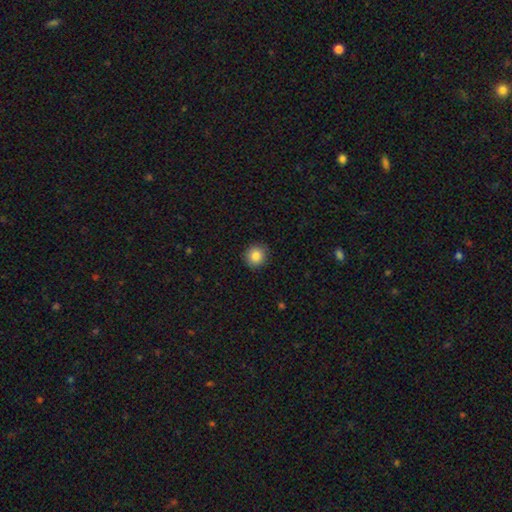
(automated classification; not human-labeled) Smooth or featured? Predicted: smooth (p=0.85). How rounded? Predicted: round (p=0.92). Merging? Predicted: none (p=0.91).